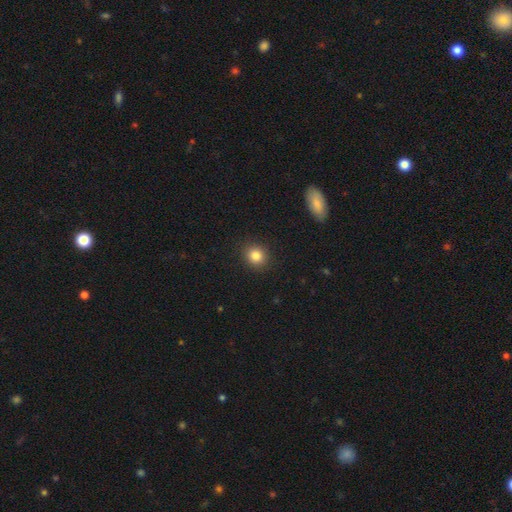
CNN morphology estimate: Smooth or featured: smooth — 84% (star or artifact — 11%)
How rounded: round — 76% (in between — 23%)
Merging: none — 90% (minor disturbance — 7%)